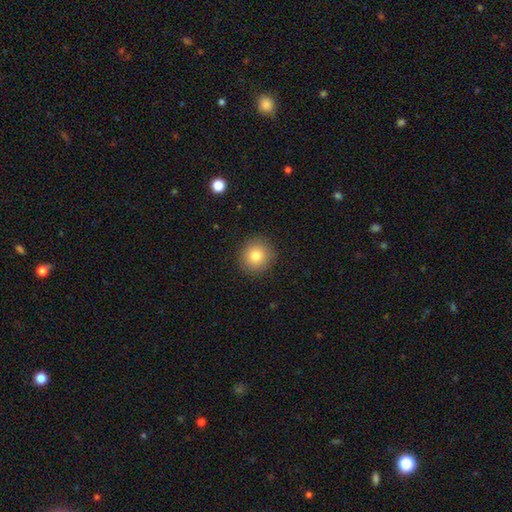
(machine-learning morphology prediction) Q: Smooth or featured?
A: smooth (81%); runner-up: star or artifact (11%)
Q: How rounded?
A: round (91%); runner-up: in between (8%)
Q: Merging?
A: none (90%); runner-up: minor disturbance (7%)